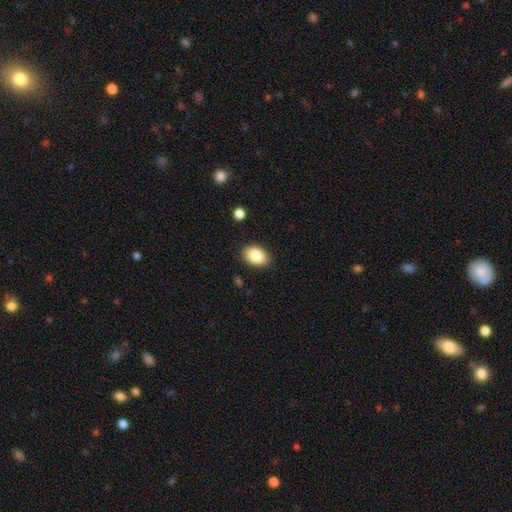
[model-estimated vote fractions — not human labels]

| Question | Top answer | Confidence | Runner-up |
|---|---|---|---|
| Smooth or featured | smooth | 85% | featured or disk (8%) |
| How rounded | in between | 85% | round (14%) |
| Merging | none | 88% | minor disturbance (8%) |